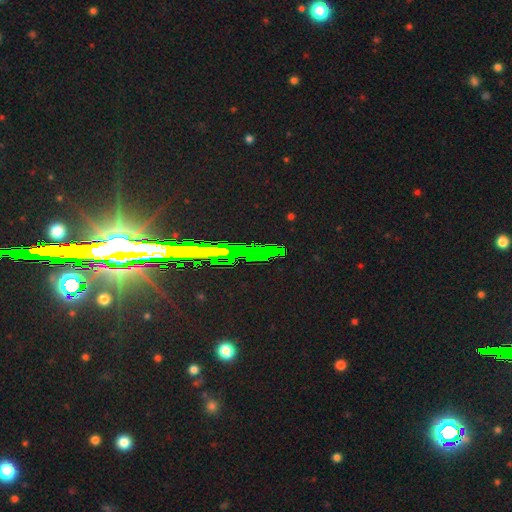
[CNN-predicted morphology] This is likely a star or artifact rather than a galaxy (77%).